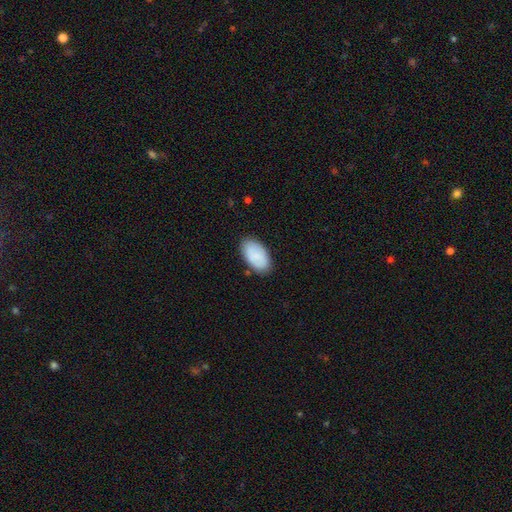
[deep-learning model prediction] Overall: smooth (83%). How rounded: in between (95%). Merging: none (83%).